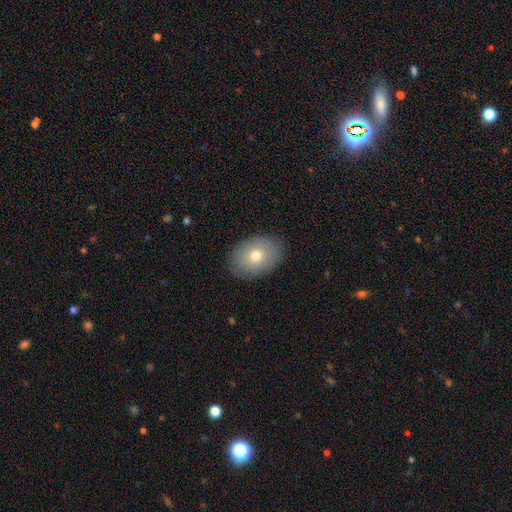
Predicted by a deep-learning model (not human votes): This is likely a smooth galaxy (73%). How rounded: likely in between (76%). Merging: clearly none (88%).